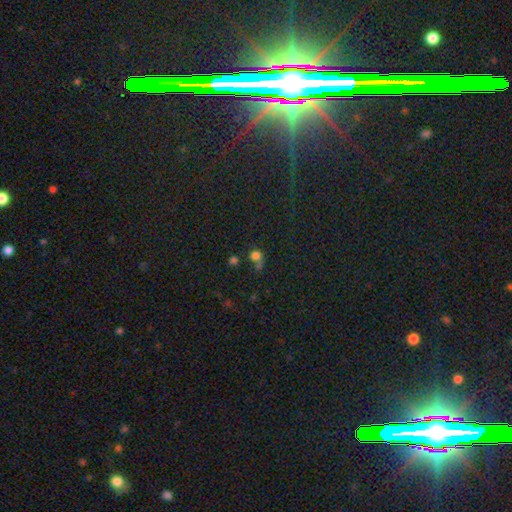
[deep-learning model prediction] Overall: smooth (72%). How rounded: round (79%). Merging: none (42%; merger 28%).